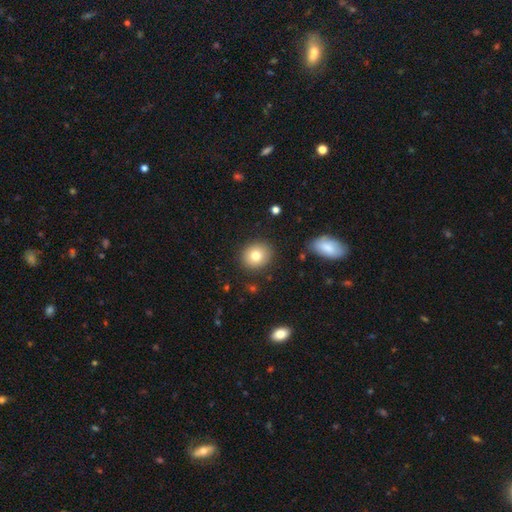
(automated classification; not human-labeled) Morphology: type=smooth (79%); roundness=round (74%); merging=none (88%).